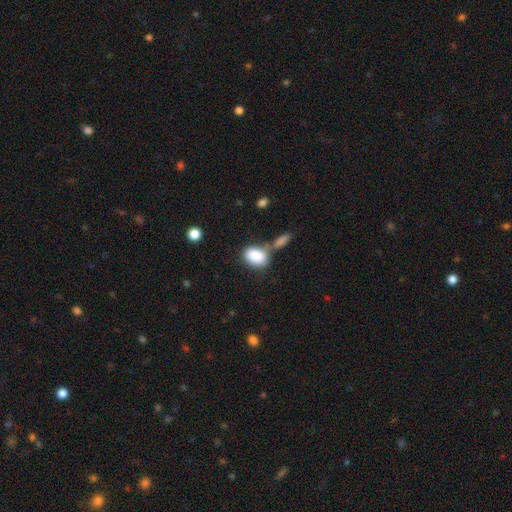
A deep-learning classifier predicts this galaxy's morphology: smooth_or_featured: smooth (p=0.87) [alt: star or artifact p=0.07]
how_rounded: in between (p=0.86) [alt: round p=0.12]
merging: none (p=0.42) [alt: merger p=0.36]